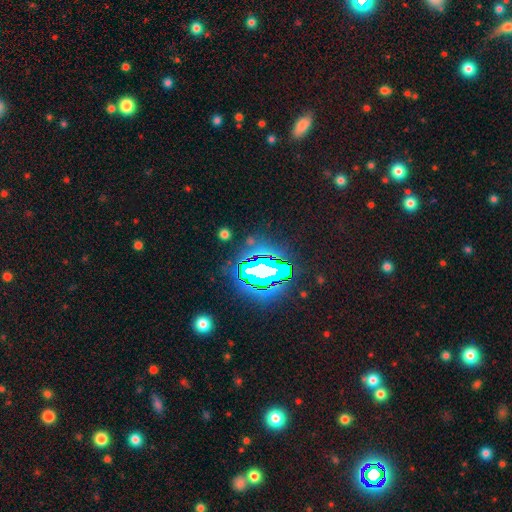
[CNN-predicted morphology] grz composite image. It shows a star or artifact, not a galaxy (80%).